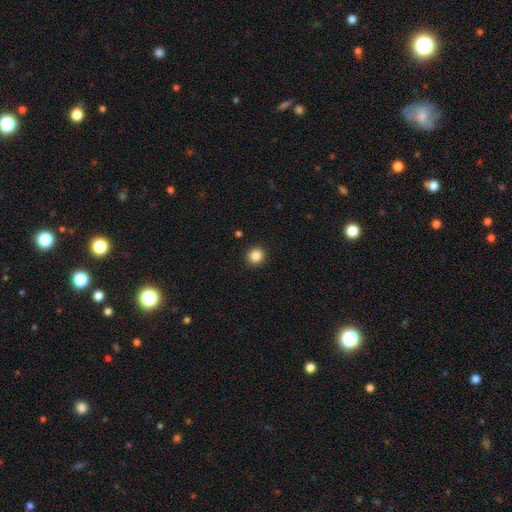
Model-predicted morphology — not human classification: Smooth or featured: smooth — 85% (star or artifact — 11%)
How rounded: round — 93% (in between — 7%)
Merging: none — 93% (minor disturbance — 5%)